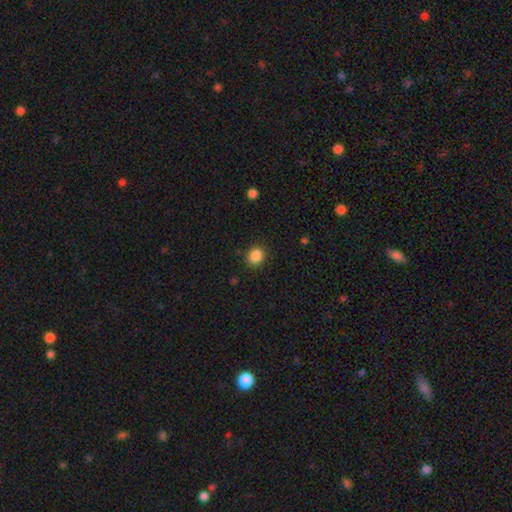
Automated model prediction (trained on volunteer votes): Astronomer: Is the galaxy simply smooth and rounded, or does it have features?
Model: smooth — 87%.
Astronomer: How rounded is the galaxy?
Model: round — 77%.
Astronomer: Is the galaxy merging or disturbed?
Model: none — 89%.